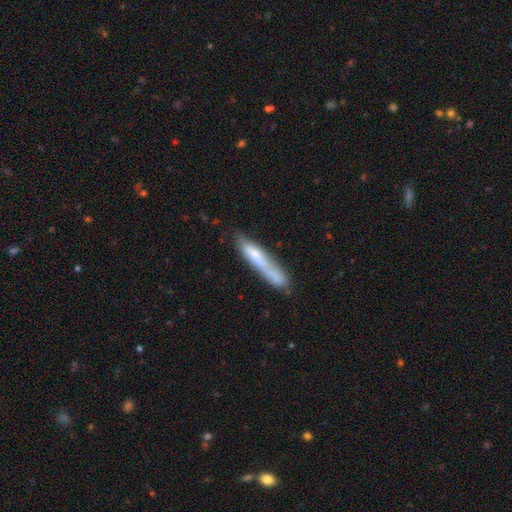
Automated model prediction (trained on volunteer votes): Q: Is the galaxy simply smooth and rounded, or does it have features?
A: smooth — 61%.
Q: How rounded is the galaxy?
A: cigar-shaped — 89%.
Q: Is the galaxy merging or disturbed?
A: none — 53%.